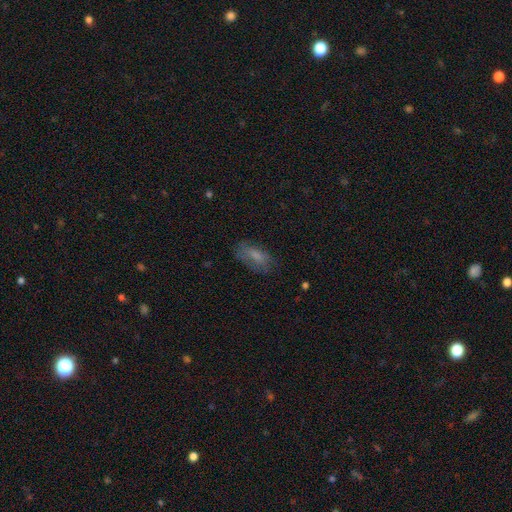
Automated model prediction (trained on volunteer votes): Smooth or featured? Predicted: smooth (p=0.70). How rounded? Predicted: in between (p=0.83). Merging? Predicted: none (p=0.65).